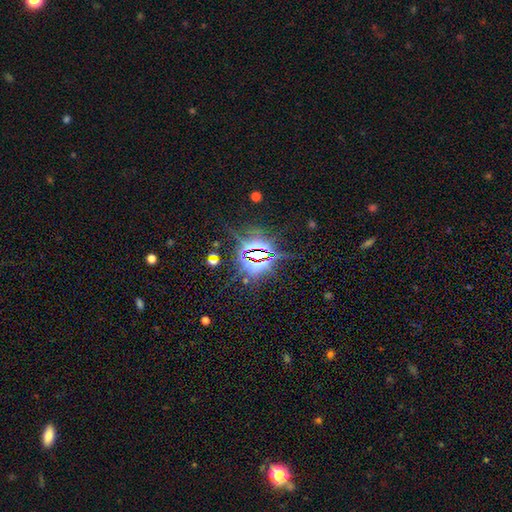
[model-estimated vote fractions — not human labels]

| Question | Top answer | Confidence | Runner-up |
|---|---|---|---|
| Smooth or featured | star or artifact | 85% | smooth (9%) |